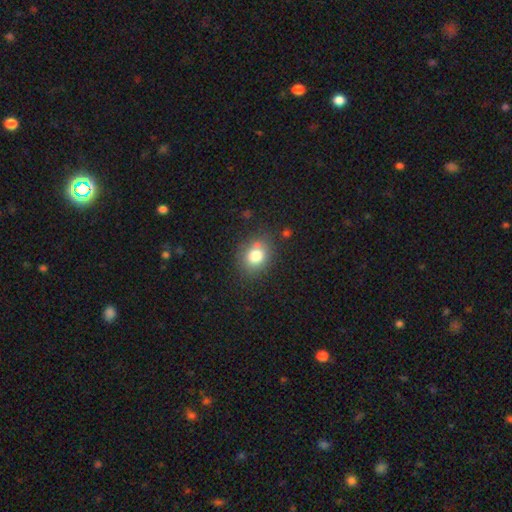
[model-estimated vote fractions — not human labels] Q: Smooth or featured?
A: smooth (78%); runner-up: star or artifact (11%)
Q: How rounded?
A: round (54%); runner-up: in between (45%)
Q: Merging?
A: none (74%); runner-up: minor disturbance (16%)